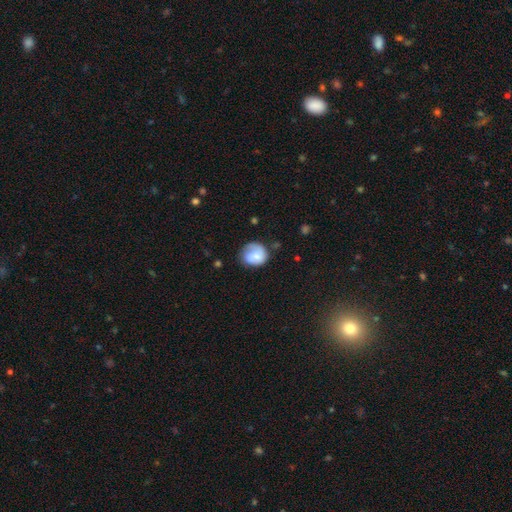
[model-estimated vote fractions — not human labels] smooth-or-featured: smooth: 63% | featured or disk: 30% | star or artifact: 7%
  how-rounded: round: 74% | in between: 25% | cigar-shaped: 1%
  merging: none: 58% | minor disturbance: 29% | major disturbance: 11% | merger: 2%